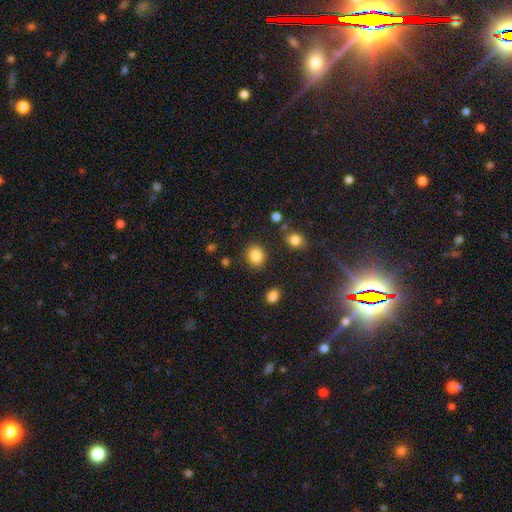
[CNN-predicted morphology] Overall: smooth (85%). How rounded: round (68%; in between 31%). Merging: none (84%).